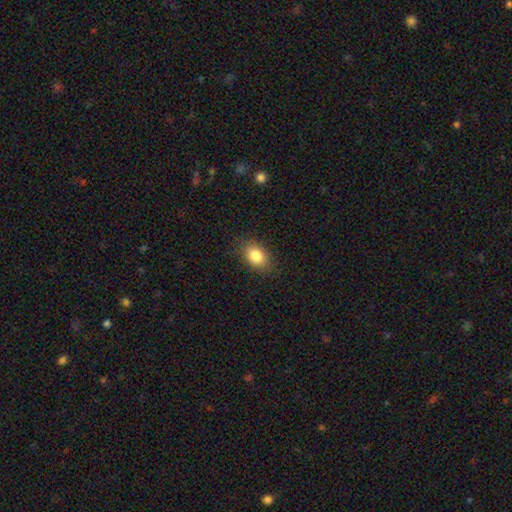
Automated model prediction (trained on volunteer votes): smooth 84%, star or artifact 9%, featured or disk 7%. Down the decision tree: how rounded — in between (78%); merging — none (85%).